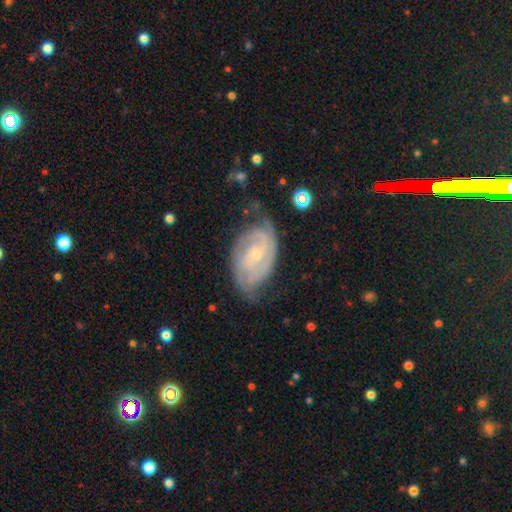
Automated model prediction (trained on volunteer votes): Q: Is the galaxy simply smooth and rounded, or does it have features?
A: featured or disk — 86%.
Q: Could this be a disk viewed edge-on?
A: no — 97%.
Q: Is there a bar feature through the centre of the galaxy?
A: no — 60%.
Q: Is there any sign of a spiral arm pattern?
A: yes — 96%.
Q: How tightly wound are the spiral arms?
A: tight — 62%.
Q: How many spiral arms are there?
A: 2 — 52%.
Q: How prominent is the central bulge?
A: small — 73%.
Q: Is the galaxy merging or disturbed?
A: none — 60%.